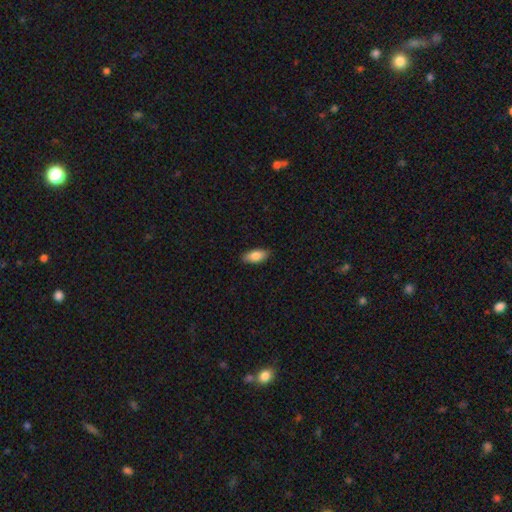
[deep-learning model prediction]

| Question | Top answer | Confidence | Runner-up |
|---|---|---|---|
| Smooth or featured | smooth | 83% | featured or disk (11%) |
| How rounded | in between | 89% | cigar-shaped (8%) |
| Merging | none | 89% | minor disturbance (8%) |